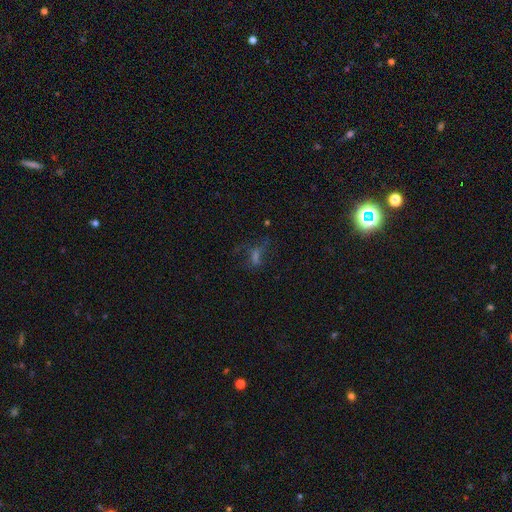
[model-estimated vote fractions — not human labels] A star or artifact, not a galaxy (44%).

Vote fractions:
- Smooth or featured? star or artifact: 44% / smooth: 28% / featured or disk: 27%